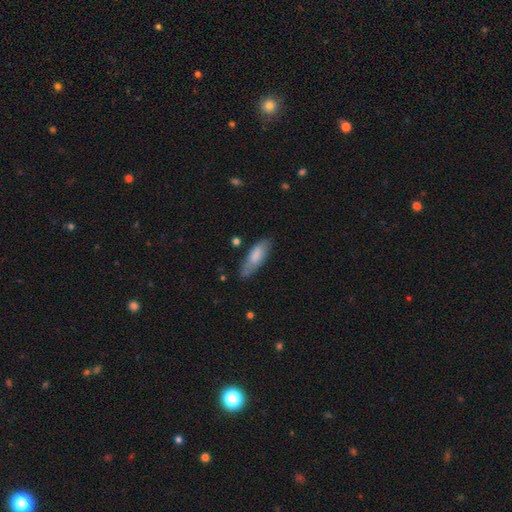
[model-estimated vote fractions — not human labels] A smooth galaxy with no disk features (79%) that is in between round and cigar-shaped (58%).

Vote fractions:
- Smooth or featured? smooth: 79% / featured or disk: 15% / star or artifact: 6%
- How rounded? in between: 58% / cigar-shaped: 40% / round: 2%
- Merging? none: 71% / minor disturbance: 22% / major disturbance: 5% / merger: 2%